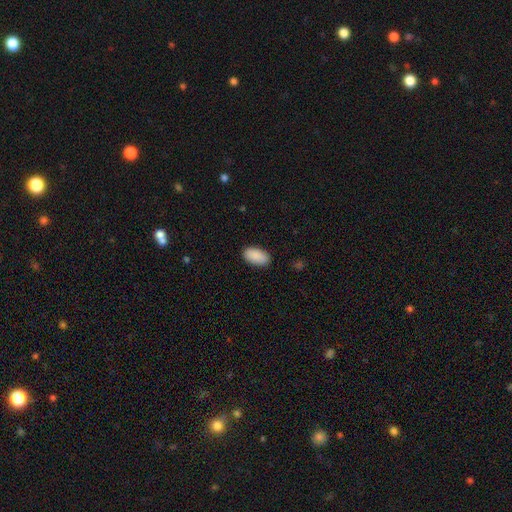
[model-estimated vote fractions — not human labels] This is clearly a smooth galaxy (91%). How rounded: clearly in between (95%). Merging: clearly none (88%).